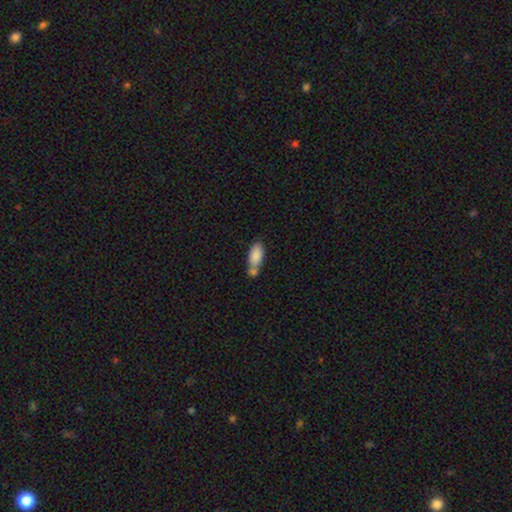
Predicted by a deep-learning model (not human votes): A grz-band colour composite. It shows a smooth galaxy with no disk features (84%) that is in between round and cigar-shaped (85%). Merging: merger (45%).